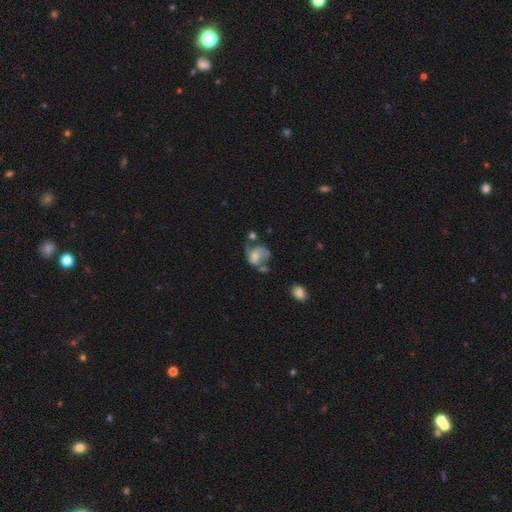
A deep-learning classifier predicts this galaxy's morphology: Smooth or featured?
  - featured or disk: 61% *
  - smooth: 30%
  - star or artifact: 9%
Edge-on disk?
  - no: 98% *
  - yes: 2%
Bar?
  - no: 66% *
  - weak: 28%
  - strong: 6%
Spiral arms?
  - yes: 76% *
  - no: 24%
Bulge size?
  - small: 38% *
  - moderate: 36%
  - none: 16%
  - large: 7%
  - dominant: 2%
Merging?
  - major disturbance: 31% *
  - none: 28%
  - minor disturbance: 21%
  - merger: 20%